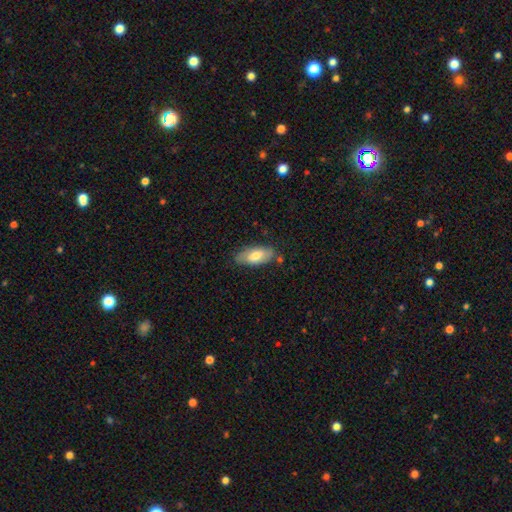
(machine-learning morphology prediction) Smooth or featured? smooth (67%)
How rounded? in between (87%)
Merging? none (74%)